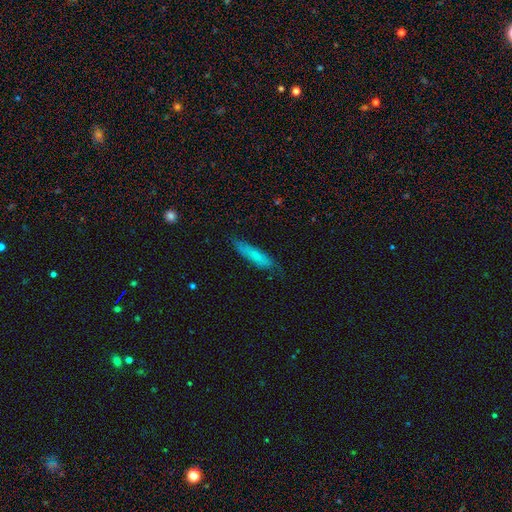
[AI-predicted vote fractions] This appears to be a smooth galaxy with no disk features (70%) that is cigar-shaped (79%). Merging: none (75%).